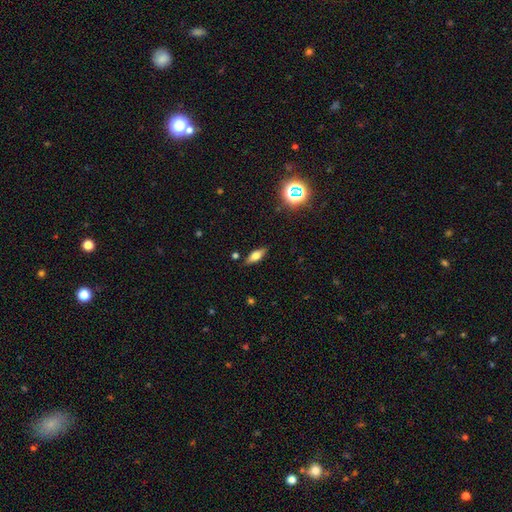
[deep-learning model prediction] Smooth or featured? Predicted: smooth (p=0.55). How rounded? Predicted: in between (p=0.67). Merging? Predicted: none (p=0.85).